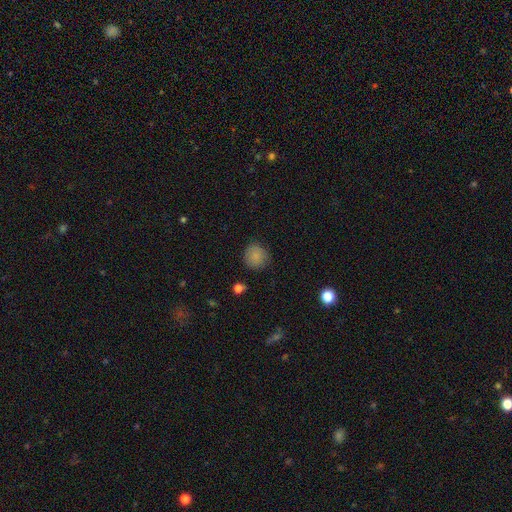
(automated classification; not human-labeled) Smooth or featured?
  - smooth: 84% *
  - star or artifact: 10%
  - featured or disk: 6%
How rounded?
  - round: 88% *
  - in between: 11%
  - cigar-shaped: 1%
Merging?
  - none: 82% *
  - minor disturbance: 13%
  - major disturbance: 3%
  - merger: 1%